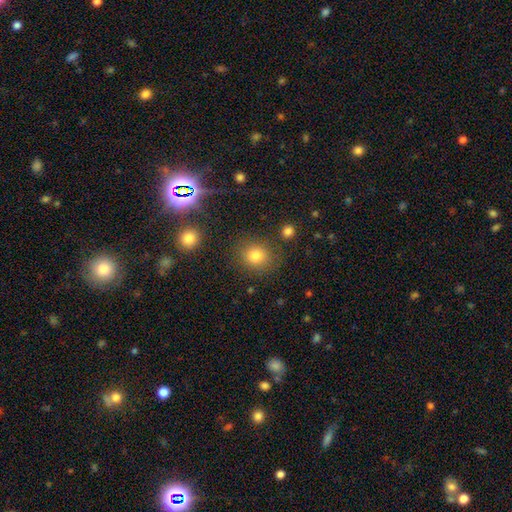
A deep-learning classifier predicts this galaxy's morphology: Smooth or featured?
  - smooth: 78% *
  - star or artifact: 15%
  - featured or disk: 7%
How rounded?
  - round: 81% *
  - in between: 18%
  - cigar-shaped: 1%
Merging?
  - none: 84% *
  - minor disturbance: 9%
  - major disturbance: 4%
  - merger: 4%